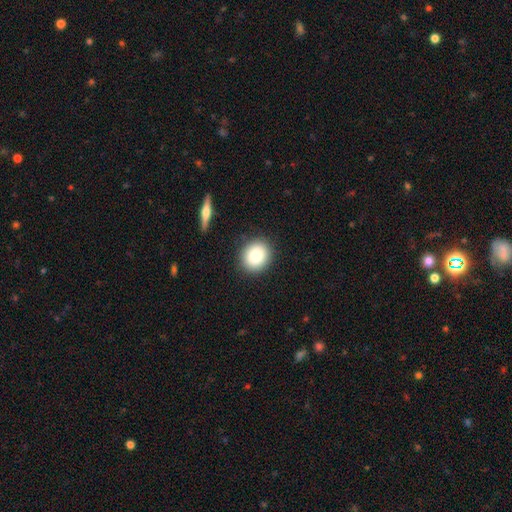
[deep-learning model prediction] This appears to be a smooth galaxy with no disk features (77%) that is round (82%). Merging: none (89%).